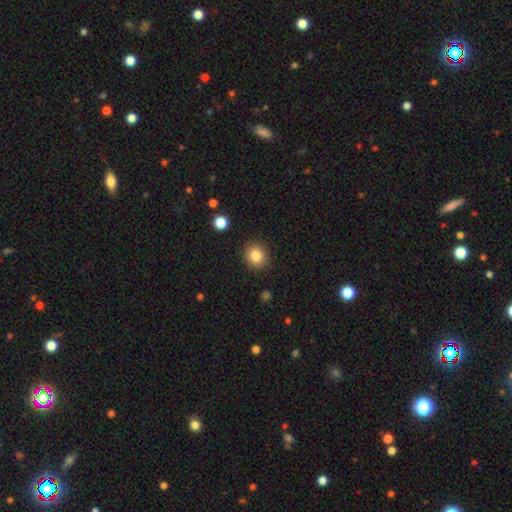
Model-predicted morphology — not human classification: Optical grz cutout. It shows a smooth galaxy with no disk features (84%) that is round (82%). Merging: none (89%).